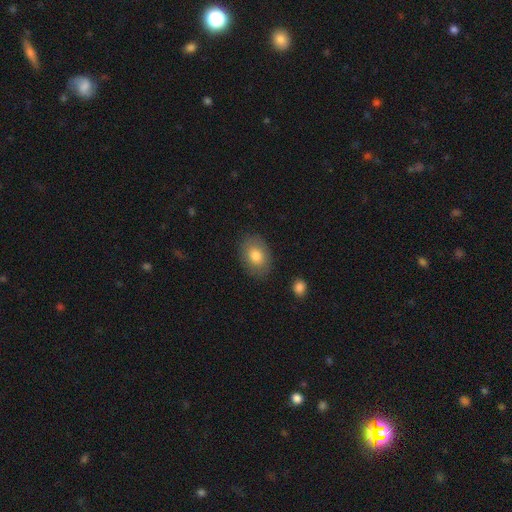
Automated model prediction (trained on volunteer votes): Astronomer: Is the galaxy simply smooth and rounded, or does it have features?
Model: smooth — 80%.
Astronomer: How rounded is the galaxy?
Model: in between — 76%.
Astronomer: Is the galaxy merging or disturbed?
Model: none — 83%.